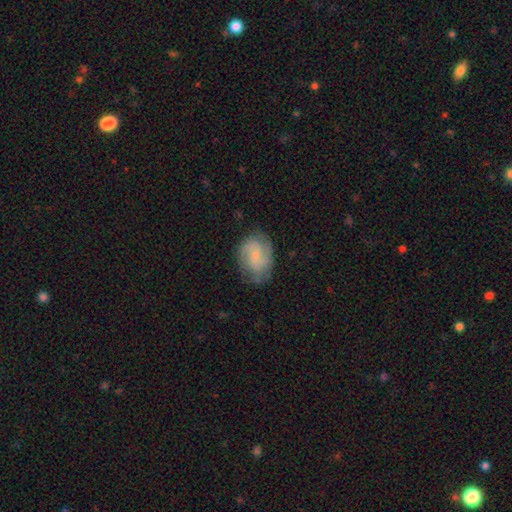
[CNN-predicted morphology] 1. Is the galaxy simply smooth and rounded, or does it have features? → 66% featured or disk, 28% smooth, 7% star or artifact.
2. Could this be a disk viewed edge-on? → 97% no, 3% yes.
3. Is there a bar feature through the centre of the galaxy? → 60% no, 34% weak, 6% strong.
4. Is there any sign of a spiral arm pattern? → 92% yes, 8% no.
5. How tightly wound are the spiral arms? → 48% medium, 30% tight, 23% loose.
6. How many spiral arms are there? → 68% 2, 14% can't tell, 10% 3, 3% 1, 2% 4, 2% more than 4.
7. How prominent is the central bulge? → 71% small, 19% moderate, 8% none, 1% large, 1% dominant.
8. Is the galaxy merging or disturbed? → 73% none, 20% minor disturbance, 6% major disturbance, 1% merger.